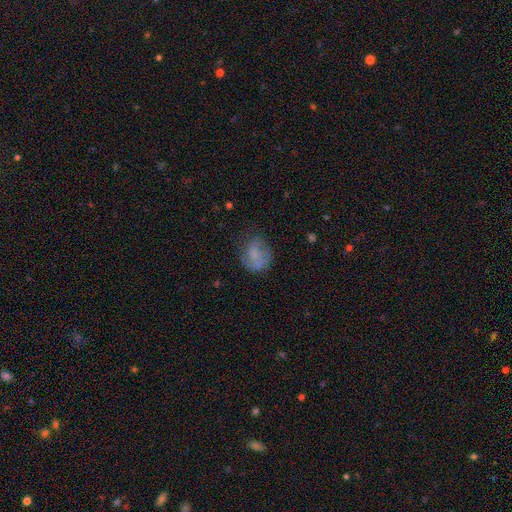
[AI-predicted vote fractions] Smooth or featured?
  - smooth: 59% *
  - featured or disk: 31%
  - star or artifact: 10%
How rounded?
  - round: 61% *
  - in between: 38%
  - cigar-shaped: 1%
Merging?
  - none: 52% *
  - minor disturbance: 27%
  - major disturbance: 17%
  - merger: 4%